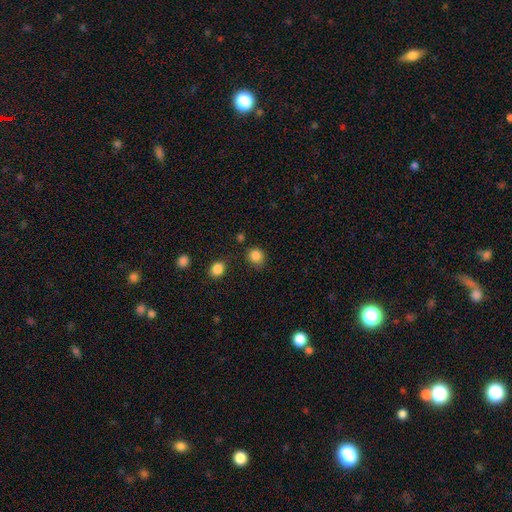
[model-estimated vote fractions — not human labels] This is clearly a smooth galaxy (85%). How rounded: likely round (78%). Merging: likely none (70%).